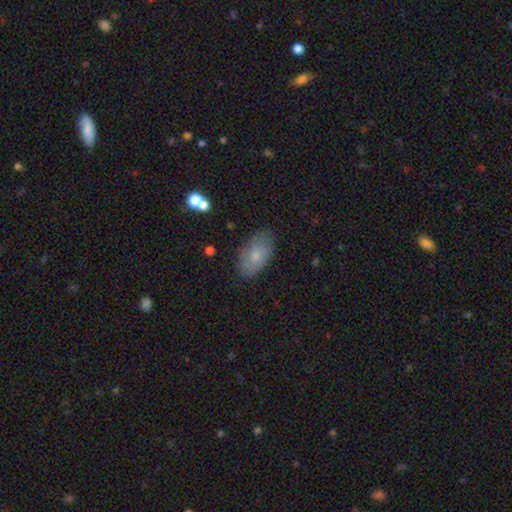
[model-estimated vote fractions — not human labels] Overall: smooth (74%). How rounded: in between (93%). Merging: none (81%).